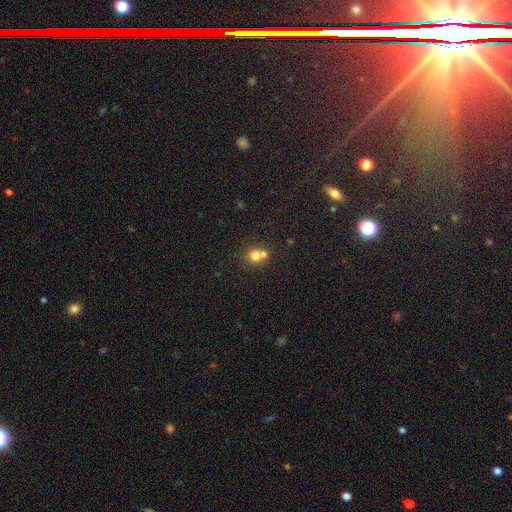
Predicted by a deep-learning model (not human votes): A smooth galaxy with no disk features (75%) that is round (80%). Merging: merger (51%).